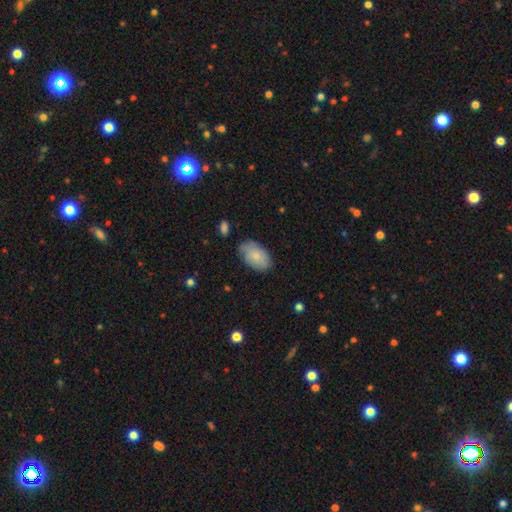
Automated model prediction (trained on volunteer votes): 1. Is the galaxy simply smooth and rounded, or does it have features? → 78% smooth, 15% featured or disk, 6% star or artifact.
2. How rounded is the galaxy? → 92% in between, 6% round, 1% cigar-shaped.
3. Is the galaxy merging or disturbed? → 71% none, 22% minor disturbance, 5% major disturbance, 2% merger.